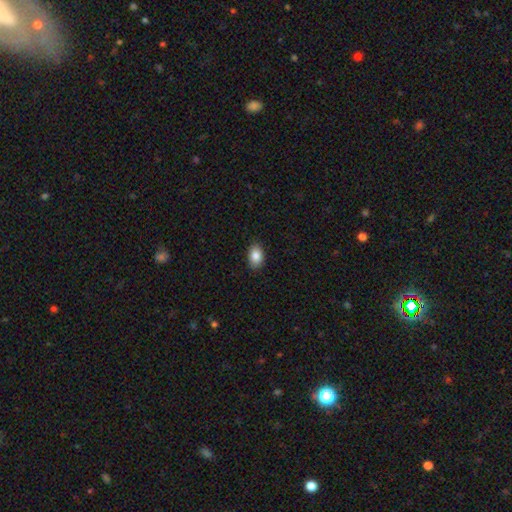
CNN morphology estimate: smooth 87%, star or artifact 8%, featured or disk 6%. Down the decision tree: how rounded — in between (87%); merging — none (88%).